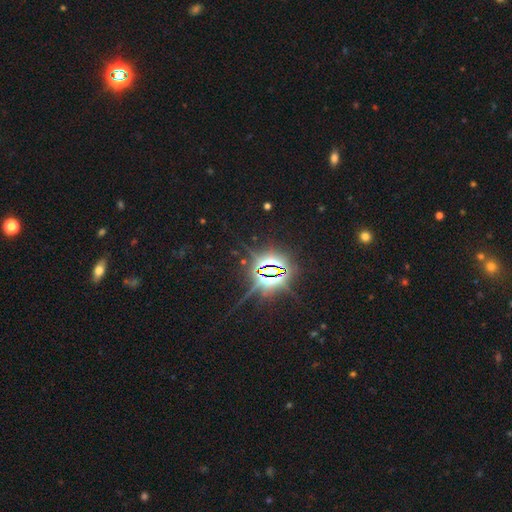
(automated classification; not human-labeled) Morphology: type=star or artifact (86%).